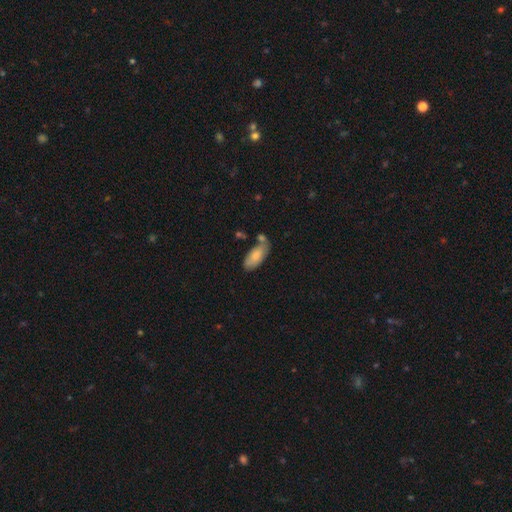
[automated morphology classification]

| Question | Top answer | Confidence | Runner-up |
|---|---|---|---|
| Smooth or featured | smooth | 79% | featured or disk (15%) |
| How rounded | in between | 90% | cigar-shaped (8%) |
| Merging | none | 52% | minor disturbance (24%) |